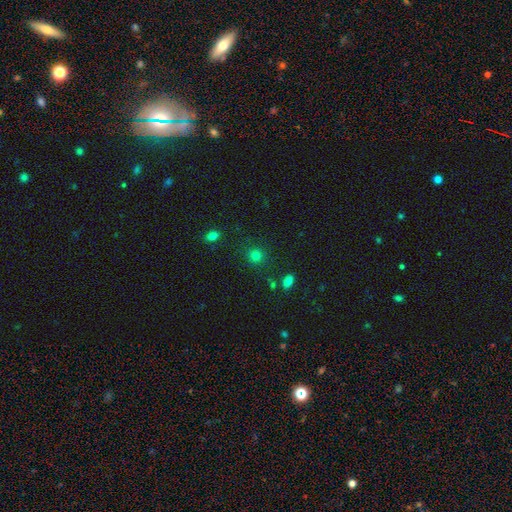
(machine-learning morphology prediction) smooth 79%, star or artifact 16%, featured or disk 5%. Down the decision tree: how rounded — round (88%); merging — none (85%).